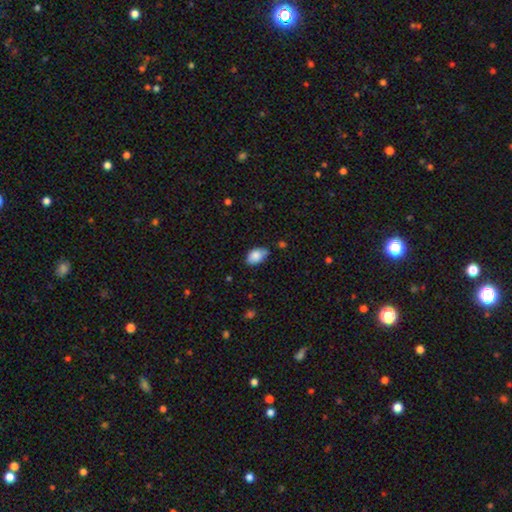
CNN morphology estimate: Q: Smooth or featured?
A: smooth (84%); runner-up: featured or disk (8%)
Q: How rounded?
A: in between (91%); runner-up: round (8%)
Q: Merging?
A: none (67%); runner-up: minor disturbance (26%)